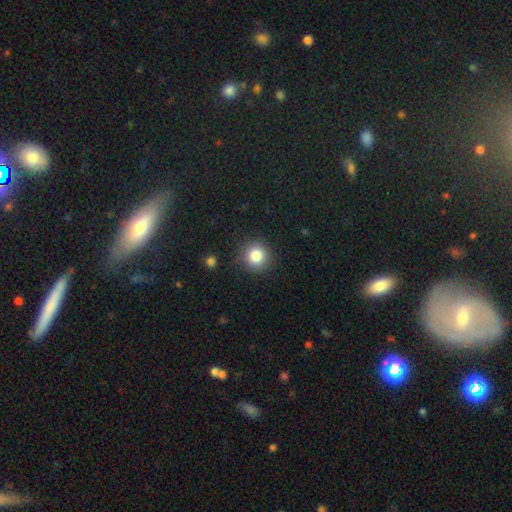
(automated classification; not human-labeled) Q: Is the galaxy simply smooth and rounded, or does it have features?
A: smooth — 83%.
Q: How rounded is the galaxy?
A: round — 93%.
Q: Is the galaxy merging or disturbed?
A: none — 88%.